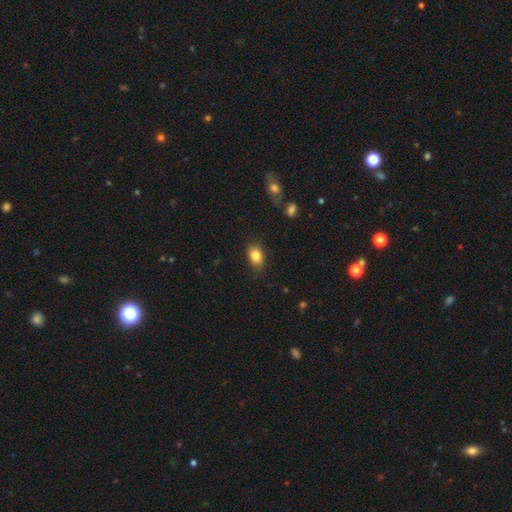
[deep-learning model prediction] Smooth or featured? Predicted: smooth (p=0.85). How rounded? Predicted: in between (p=0.78). Merging? Predicted: none (p=0.80).